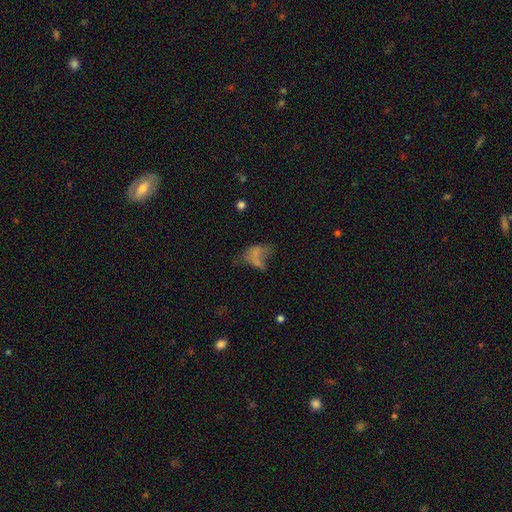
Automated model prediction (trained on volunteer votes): A smooth galaxy with no disk features (54%) that is in between round and cigar-shaped (85%).

Vote fractions:
- Smooth or featured? smooth: 54% / featured or disk: 28% / star or artifact: 18%
- How rounded? in between: 85% / round: 11% / cigar-shaped: 3%
- Merging? major disturbance: 41% / none: 23% / merger: 19% / minor disturbance: 18%